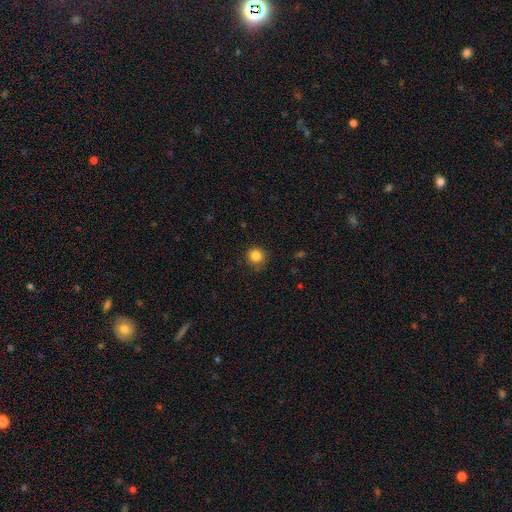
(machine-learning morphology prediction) This is clearly a smooth galaxy (84%). How rounded: clearly round (93%). Merging: clearly none (84%).